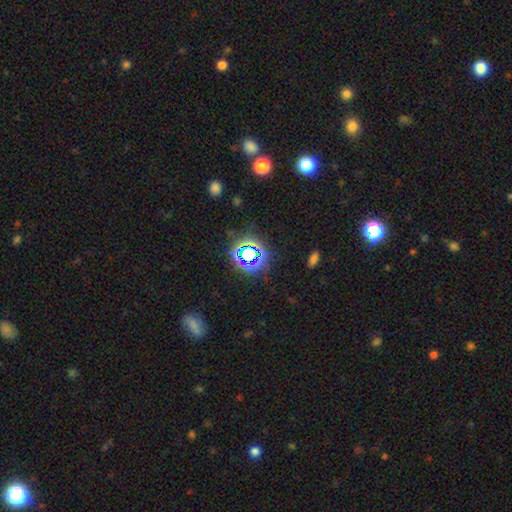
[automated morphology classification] This is likely a star or artifact rather than a galaxy (63%).